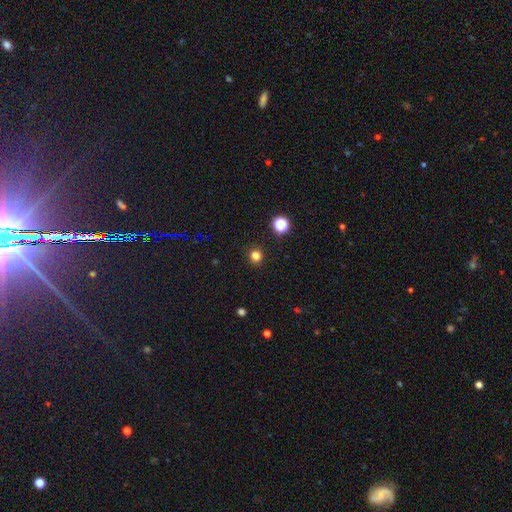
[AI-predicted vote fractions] smooth 79%, star or artifact 17%, featured or disk 4%. Down the decision tree: how rounded — round (89%); merging — none (91%).